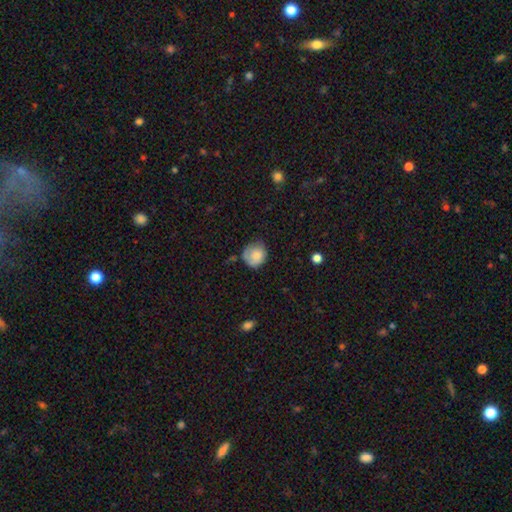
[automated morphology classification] Q: Smooth or featured?
A: smooth (78%); runner-up: featured or disk (14%)
Q: How rounded?
A: round (75%); runner-up: in between (24%)
Q: Merging?
A: none (56%); runner-up: minor disturbance (30%)